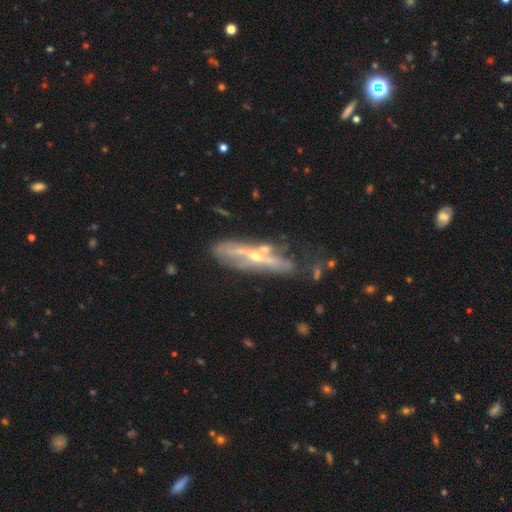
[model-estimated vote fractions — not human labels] A featured or disk galaxy (75%) viewed edge-on (61%).

Vote fractions:
- Smooth or featured? featured or disk: 75% / smooth: 18% / star or artifact: 7%
- Edge-on disk? yes: 61% / no: 39%
- Merging? none: 52% / minor disturbance: 24% / merger: 13% / major disturbance: 11%